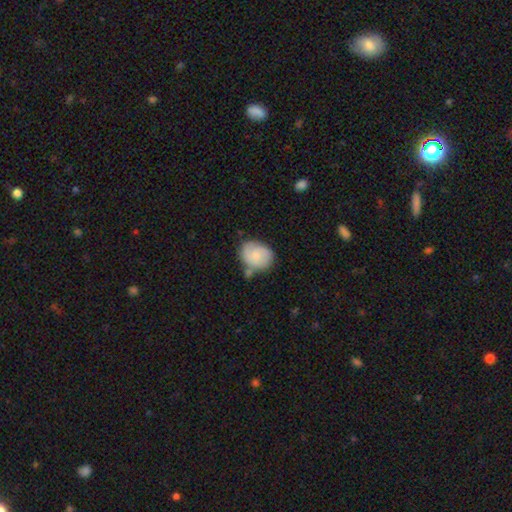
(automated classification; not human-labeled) This appears to be a smooth galaxy with no disk features (58%) that is round (53%). Merging: none (53%).